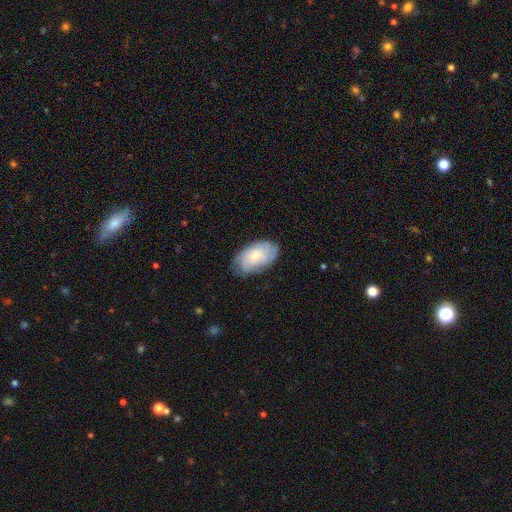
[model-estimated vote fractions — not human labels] Smooth or featured: smooth — 54% (featured or disk — 39%)
How rounded: in between — 94% (round — 4%)
Merging: none — 73% (minor disturbance — 21%)